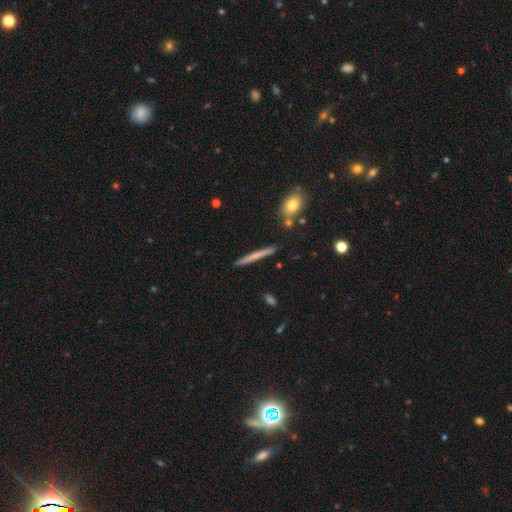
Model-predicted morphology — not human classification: Smooth or featured?
  - smooth: 57% *
  - featured or disk: 37%
  - star or artifact: 6%
How rounded?
  - cigar-shaped: 95% *
  - in between: 3%
  - round: 2%
Merging?
  - none: 90% *
  - minor disturbance: 7%
  - merger: 2%
  - major disturbance: 1%